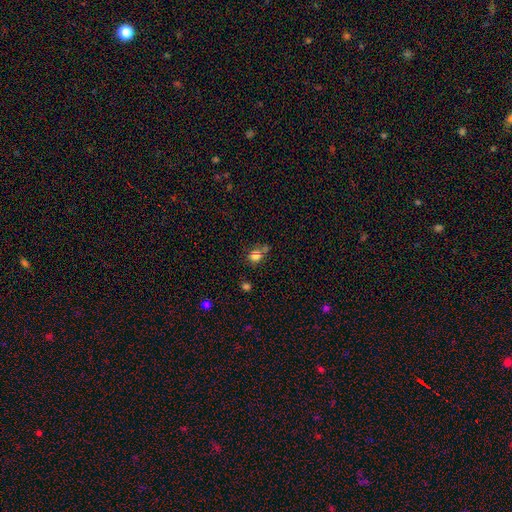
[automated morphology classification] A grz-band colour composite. It shows a smooth galaxy with no disk features (79%) that is round (72%). Merging: none (54%).